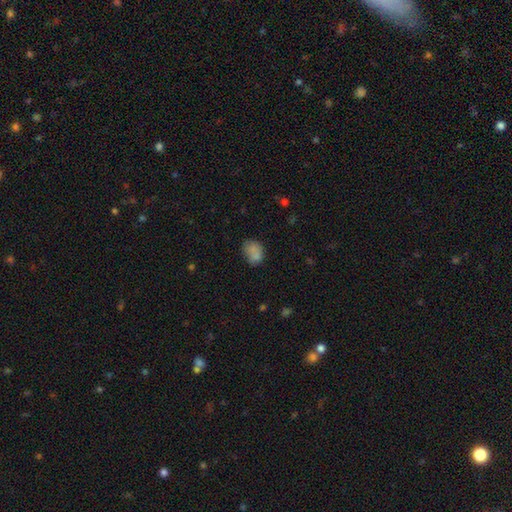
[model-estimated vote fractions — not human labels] A smooth galaxy with no disk features (75%) that is in between round and cigar-shaped (65%). Merging: none (49%).